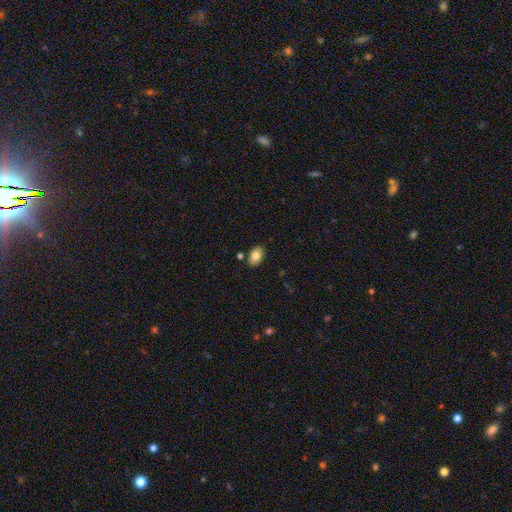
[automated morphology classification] The model was most divided on "merging": none: 83%, minor disturbance: 11%, merger: 4%, major disturbance: 2%. More confident: how rounded — in between (88%); smooth or featured — smooth (83%).